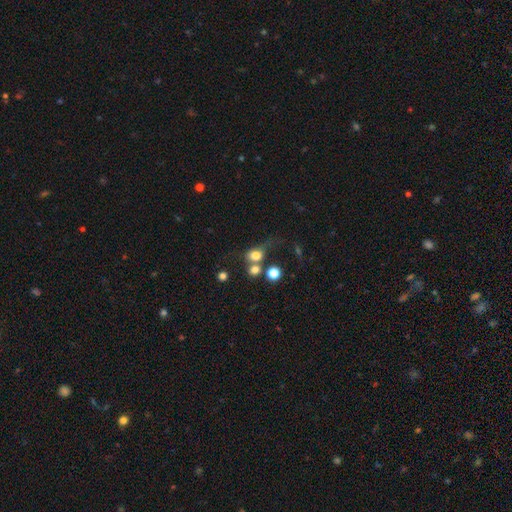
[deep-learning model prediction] Morphology: type=smooth (75%); roundness=round (54%); merging=none (36%).